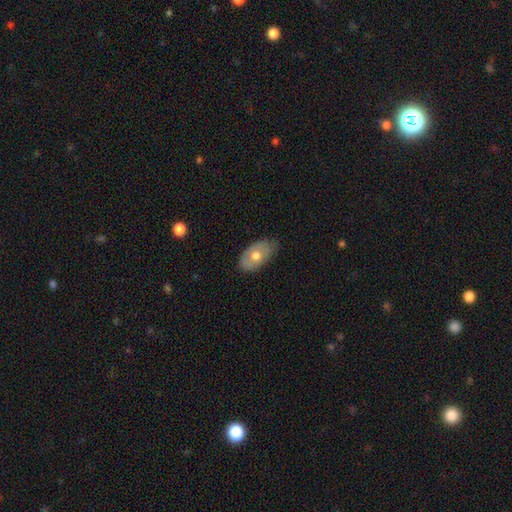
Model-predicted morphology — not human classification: Q: Smooth or featured?
A: smooth (62%); runner-up: featured or disk (32%)
Q: How rounded?
A: in between (92%); runner-up: round (7%)
Q: Merging?
A: none (72%); runner-up: minor disturbance (22%)